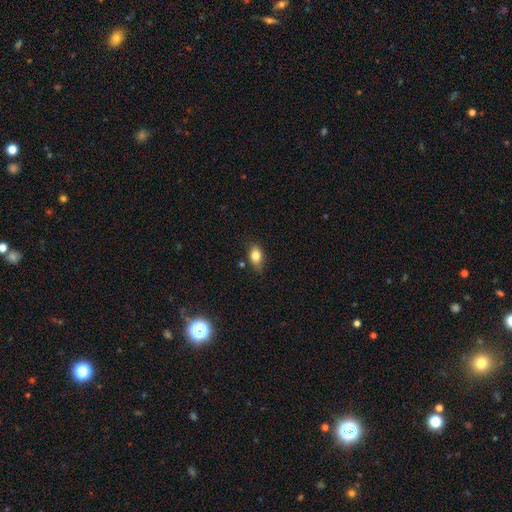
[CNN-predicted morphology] Q: Smooth or featured?
A: smooth (80%); runner-up: featured or disk (11%)
Q: How rounded?
A: in between (82%); runner-up: round (14%)
Q: Merging?
A: none (74%); runner-up: minor disturbance (20%)